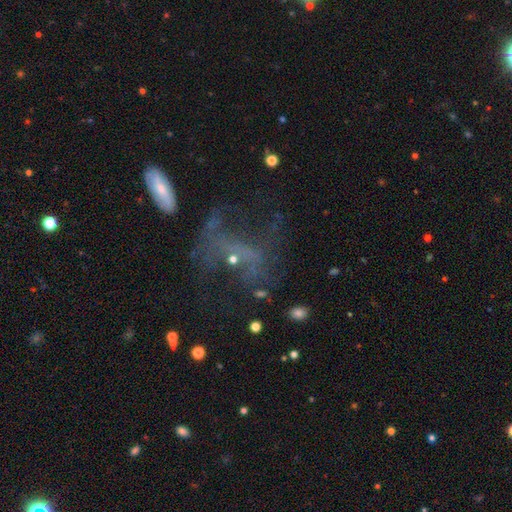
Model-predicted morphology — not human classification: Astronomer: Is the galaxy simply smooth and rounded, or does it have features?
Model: featured or disk — 48% (runner-up: star or artifact, 31%).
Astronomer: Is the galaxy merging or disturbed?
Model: none — 39% (runner-up: major disturbance, 35%).